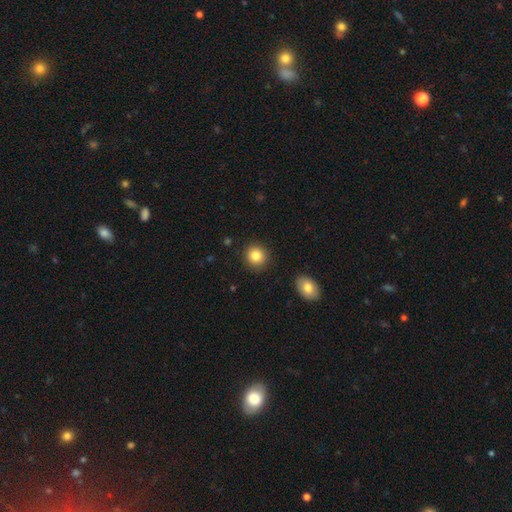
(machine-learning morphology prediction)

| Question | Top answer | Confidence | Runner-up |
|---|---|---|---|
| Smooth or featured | smooth | 85% | star or artifact (9%) |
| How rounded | round | 87% | in between (13%) |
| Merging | none | 89% | minor disturbance (7%) |